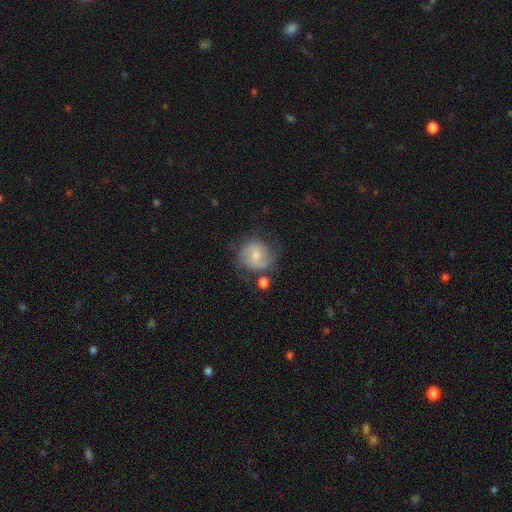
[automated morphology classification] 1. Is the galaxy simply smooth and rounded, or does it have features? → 50% featured or disk, 42% smooth, 8% star or artifact.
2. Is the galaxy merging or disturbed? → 57% none, 22% minor disturbance, 12% major disturbance, 8% merger.